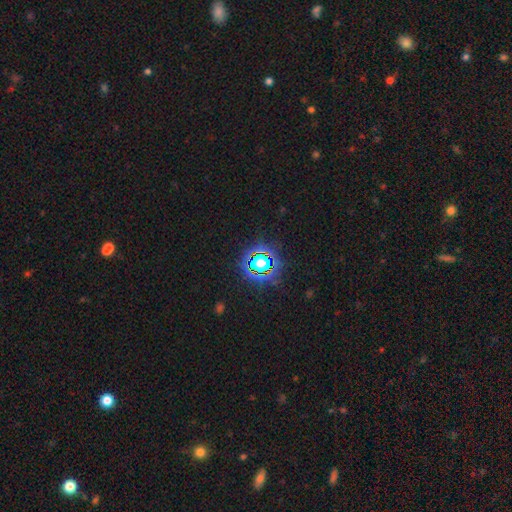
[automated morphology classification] This is clearly a star or artifact rather than a galaxy (80%).